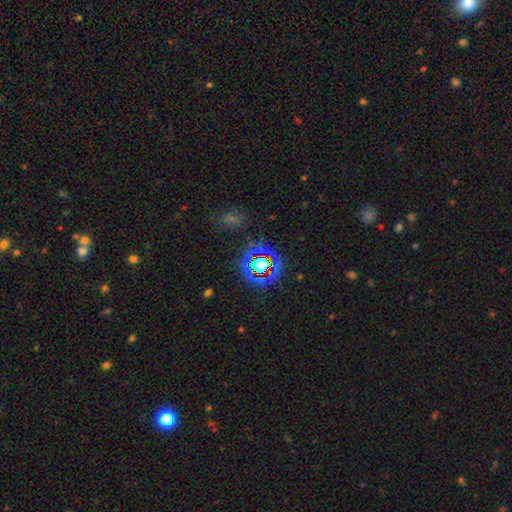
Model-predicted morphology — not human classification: Smooth or featured? star or artifact (60%)